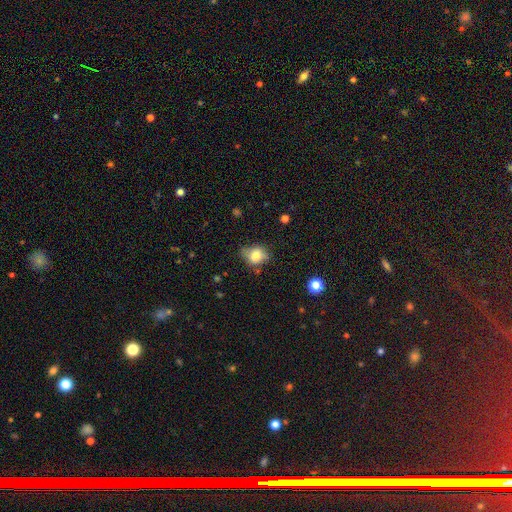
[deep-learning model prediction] Morphology: type=smooth (75%); roundness=round (55%); merging=none (65%).